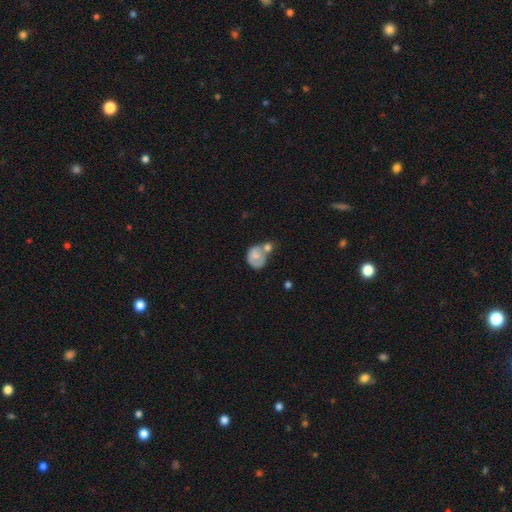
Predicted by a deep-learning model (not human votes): Smooth or featured? Predicted: smooth (p=0.60). How rounded? Predicted: round (p=0.53). Merging? Predicted: merger (p=0.50).